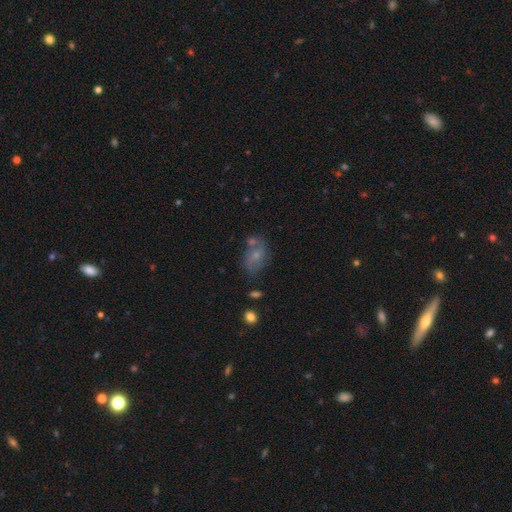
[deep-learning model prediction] Smooth or featured? Predicted: smooth (p=0.45). Merging? Predicted: none (p=0.51).